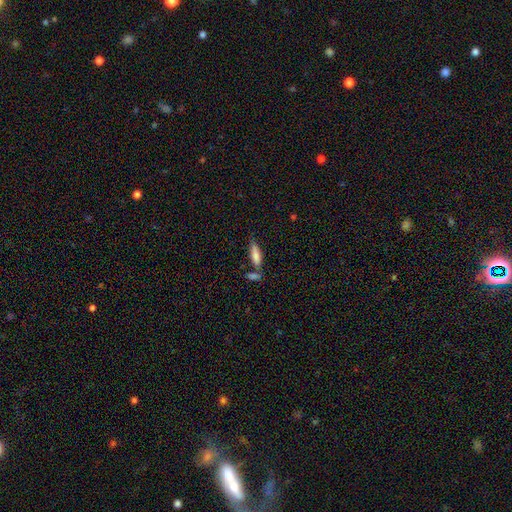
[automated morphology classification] Smooth or featured? Predicted: smooth (p=0.79). How rounded? Predicted: cigar-shaped (p=0.52). Merging? Predicted: none (p=0.58).